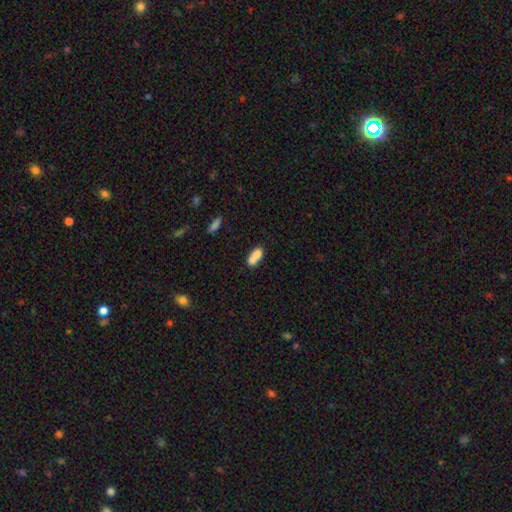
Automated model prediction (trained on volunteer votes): The model was most divided on "merging": merger: 65%, none: 22%, minor disturbance: 8%, major disturbance: 5%. More confident: how rounded — in between (70%); smooth or featured — smooth (69%).